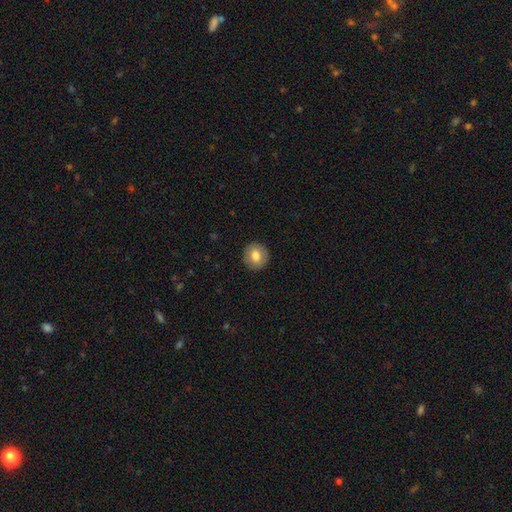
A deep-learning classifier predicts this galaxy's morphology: A smooth galaxy with no disk features (74%) that is round (83%). Merging: none (89%).